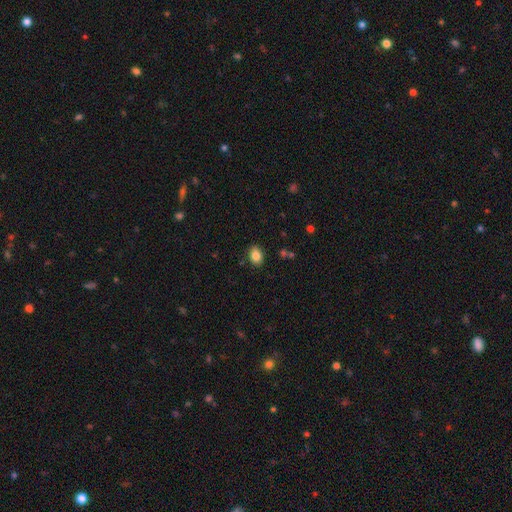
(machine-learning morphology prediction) Overall: smooth (85%). How rounded: in between (72%). Merging: none (85%).